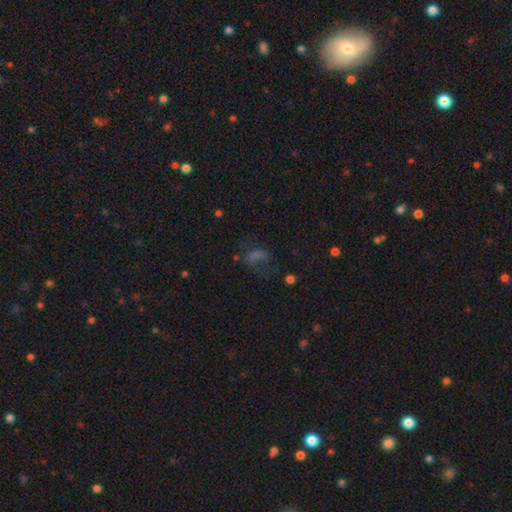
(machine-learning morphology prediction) Smooth or featured?
  - smooth: 38% *
  - star or artifact: 32%
  - featured or disk: 29%
Merging?
  - none: 39% *
  - major disturbance: 38%
  - minor disturbance: 19%
  - merger: 4%